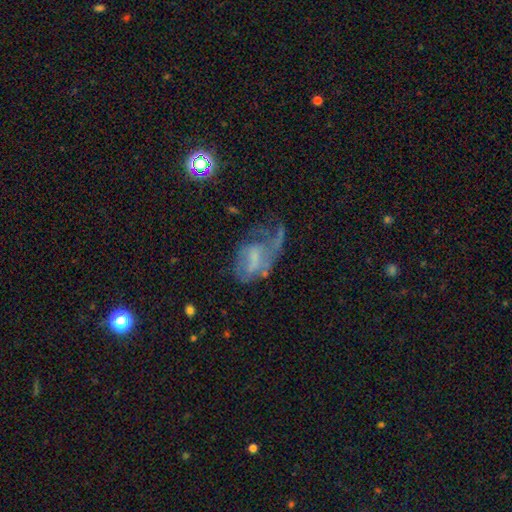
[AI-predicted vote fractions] The model was most divided on "bar": no: 52%, weak: 38%, strong: 10%. Remaining: edge-on disk — no (96%); spiral arms — yes (63%); smooth or featured — featured or disk (61%); merging — major disturbance (45%); bulge size — none (43%).